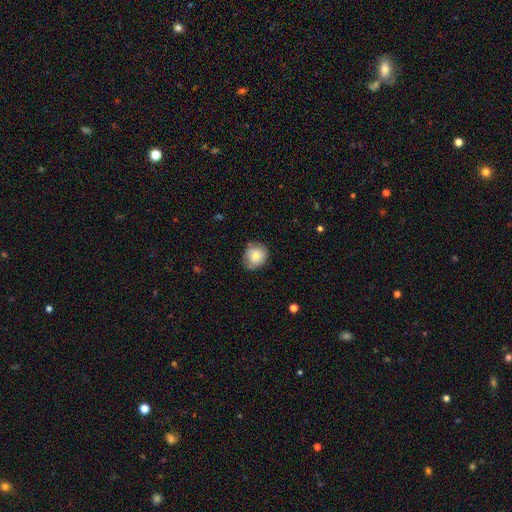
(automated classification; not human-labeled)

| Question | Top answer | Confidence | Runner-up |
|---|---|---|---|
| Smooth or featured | smooth | 71% | featured or disk (21%) |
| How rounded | round | 76% | in between (23%) |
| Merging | none | 70% | minor disturbance (24%) |